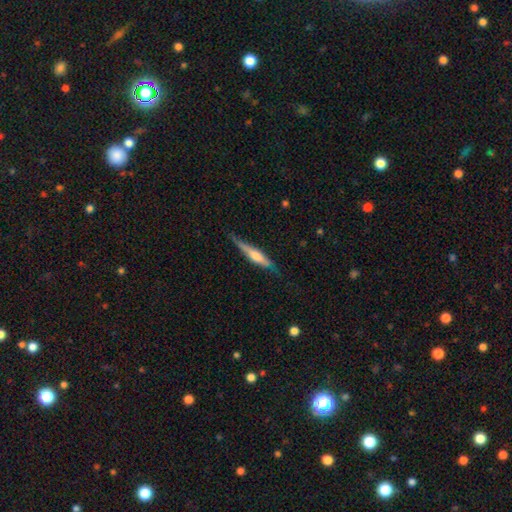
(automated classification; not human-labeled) Smooth or featured? Predicted: featured or disk (p=0.56). Edge-on disk? Predicted: yes (p=0.94). Edge-on bulge? Predicted: rounded (p=0.70). Merging? Predicted: none (p=0.73).